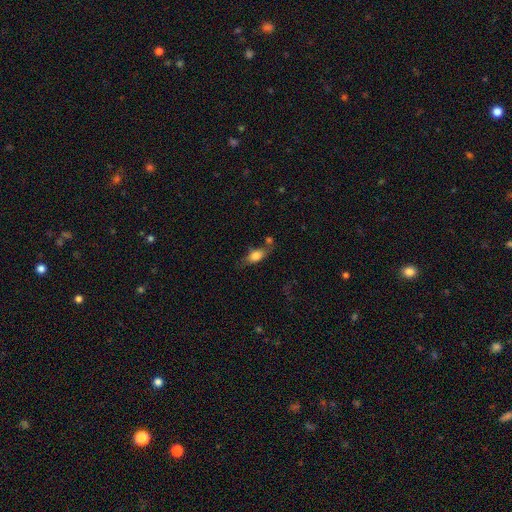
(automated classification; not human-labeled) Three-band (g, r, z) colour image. It shows a smooth galaxy with no disk features (73%) that is in between round and cigar-shaped (77%). Merging: none (56%).